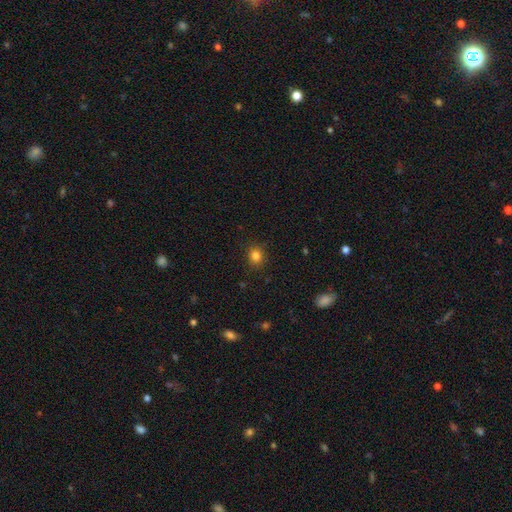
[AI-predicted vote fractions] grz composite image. It shows a smooth galaxy with no disk features (83%) that is round (71%). Merging: none (88%).